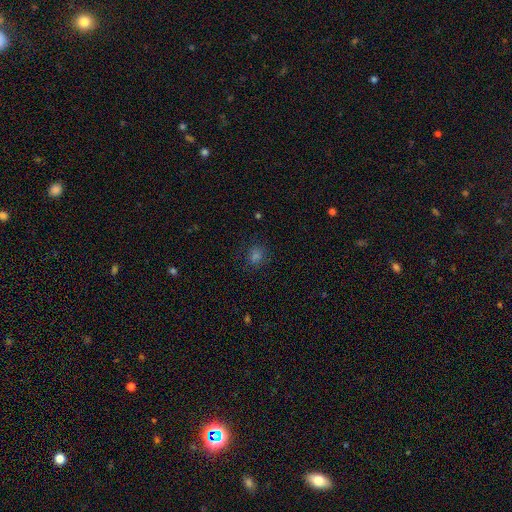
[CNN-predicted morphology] Q: Smooth or featured?
A: smooth (66%); runner-up: star or artifact (27%)
Q: How rounded?
A: round (77%); runner-up: in between (21%)
Q: Merging?
A: none (83%); runner-up: minor disturbance (11%)